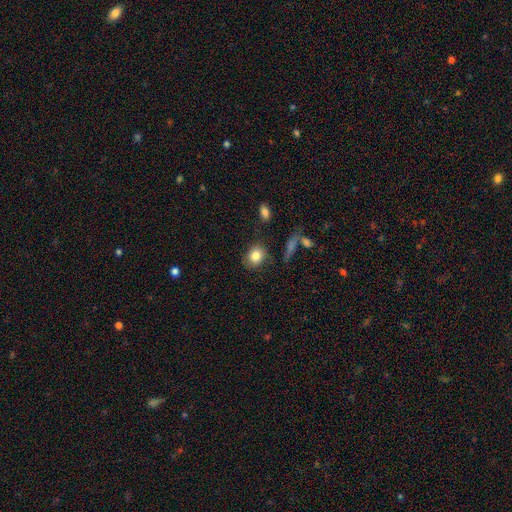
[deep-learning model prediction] Overall: smooth (83%). How rounded: round (60%; in between 38%). Merging: none (79%).